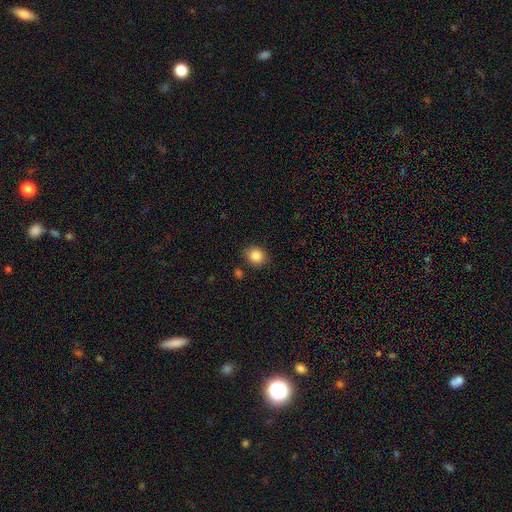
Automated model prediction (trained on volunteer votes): The model was most divided on "how rounded": round: 71%, in between: 28%, cigar-shaped: 1%. More confident: smooth or featured — smooth (87%); merging — none (83%).